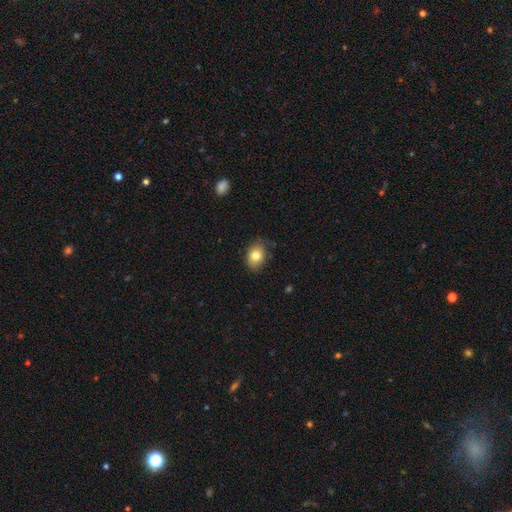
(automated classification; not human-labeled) smooth_or_featured: smooth (p=0.81) [alt: featured or disk p=0.10]
how_rounded: in between (p=0.66) [alt: round p=0.33]
merging: none (p=0.75) [alt: minor disturbance p=0.20]